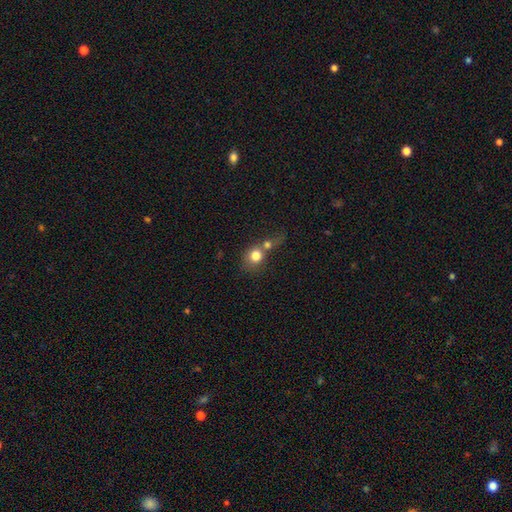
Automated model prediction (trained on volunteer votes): A smooth galaxy with no disk features (77%) that is round (75%).

Vote fractions:
- Smooth or featured? smooth: 77% / featured or disk: 13% / star or artifact: 10%
- How rounded? round: 75% / in between: 24% / cigar-shaped: 2%
- Merging? merger: 57% / none: 28% / minor disturbance: 8% / major disturbance: 7%